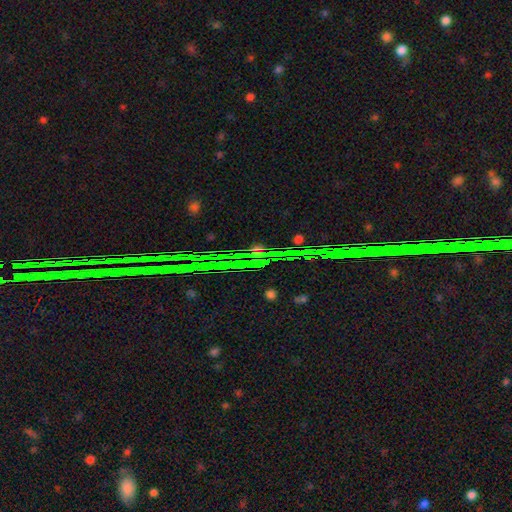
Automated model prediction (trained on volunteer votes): Smooth or featured: star or artifact — 81% (featured or disk — 11%)